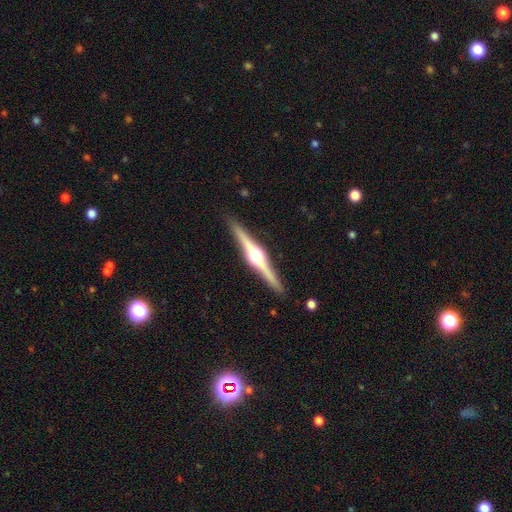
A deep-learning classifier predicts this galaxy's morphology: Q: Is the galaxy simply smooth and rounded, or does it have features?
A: featured or disk — 83%.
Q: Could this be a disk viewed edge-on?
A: yes — 98%.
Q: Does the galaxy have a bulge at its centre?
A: rounded — 95%.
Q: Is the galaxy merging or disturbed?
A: none — 91%.